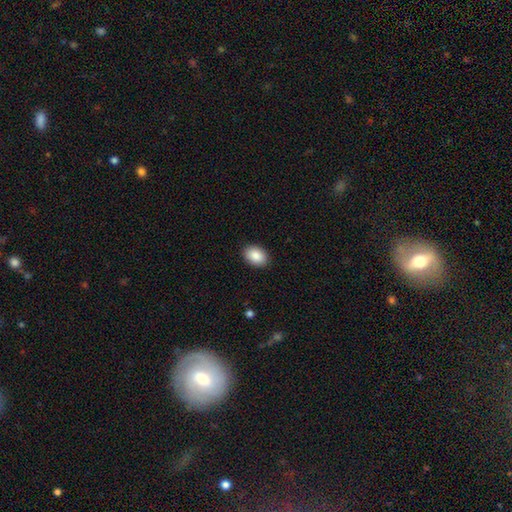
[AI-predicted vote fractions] Overall: smooth (89%). How rounded: in between (83%). Merging: none (90%).